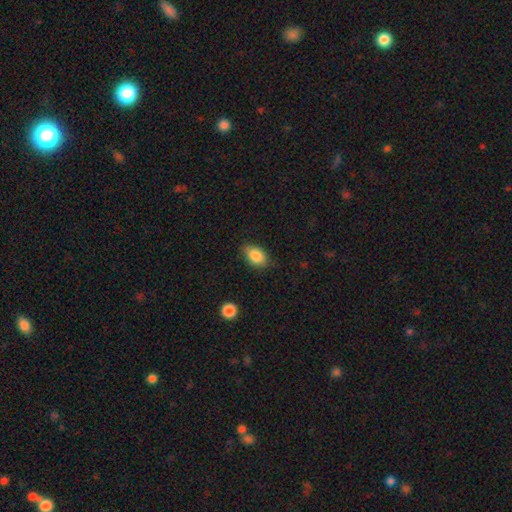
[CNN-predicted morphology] smooth-or-featured: smooth: 86% | star or artifact: 8% | featured or disk: 6%
  how-rounded: in between: 87% | round: 11% | cigar-shaped: 2%
  merging: none: 80% | minor disturbance: 16% | major disturbance: 3% | merger: 1%